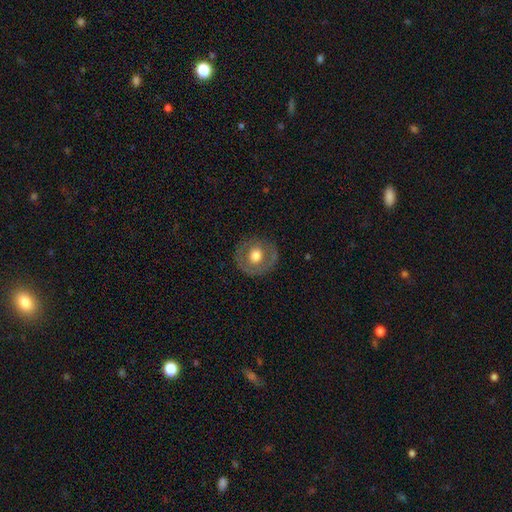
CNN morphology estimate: Overall: smooth (56%; featured or disk 37%). How rounded: round (89%). Merging: none (83%).